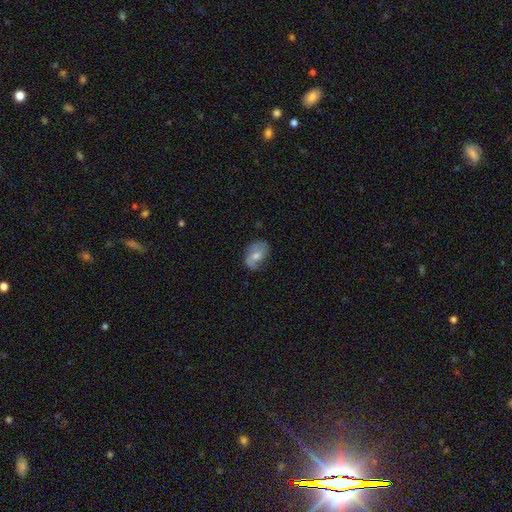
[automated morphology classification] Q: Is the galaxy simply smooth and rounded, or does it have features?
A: featured or disk — 52%.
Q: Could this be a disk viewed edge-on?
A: no — 95%.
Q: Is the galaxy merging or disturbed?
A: none — 68%.